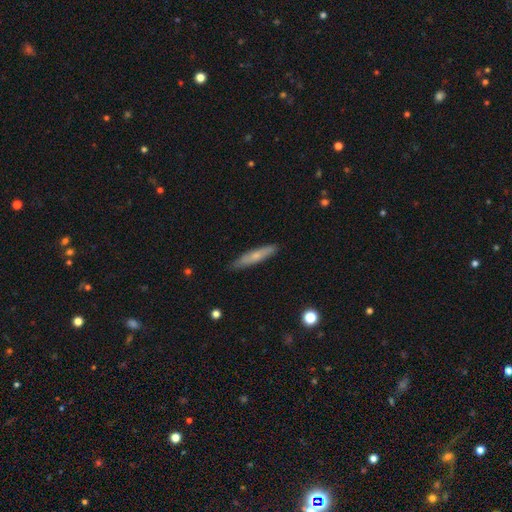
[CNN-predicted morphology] A smooth galaxy with no disk features (60%) that is cigar-shaped (89%). Merging: none (86%).